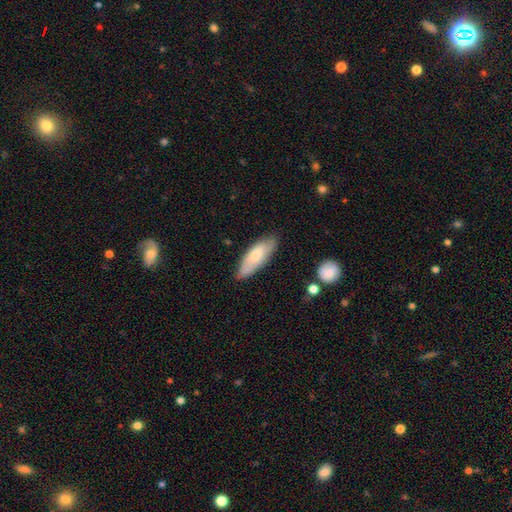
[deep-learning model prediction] This appears to be a smooth galaxy with no disk features (71%) that is in between round and cigar-shaped (64%). Merging: none (75%).